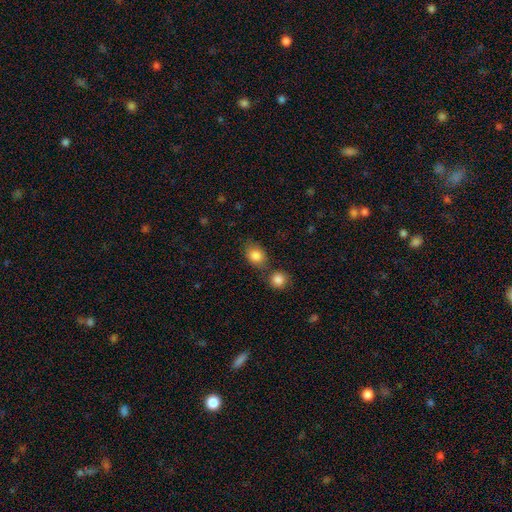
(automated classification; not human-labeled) A smooth galaxy with no disk features (84%) that is in between round and cigar-shaped (57%).

Vote fractions:
- Smooth or featured? smooth: 84% / star or artifact: 9% / featured or disk: 7%
- How rounded? in between: 57% / round: 42% / cigar-shaped: 1%
- Merging? none: 61% / merger: 22% / minor disturbance: 13% / major disturbance: 4%